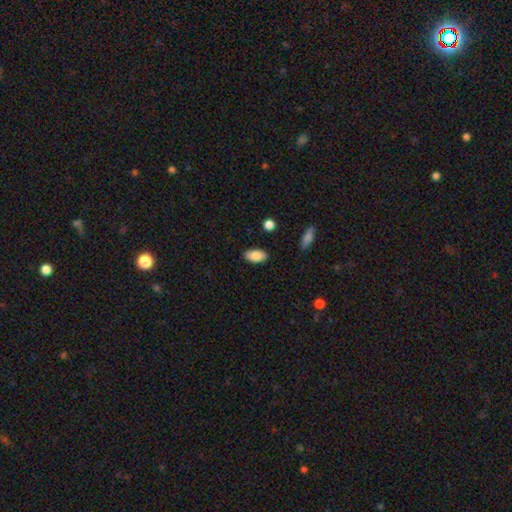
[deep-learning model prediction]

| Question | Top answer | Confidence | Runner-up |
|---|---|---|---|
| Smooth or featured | smooth | 86% | featured or disk (7%) |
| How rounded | in between | 93% | cigar-shaped (4%) |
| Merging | none | 87% | minor disturbance (9%) |